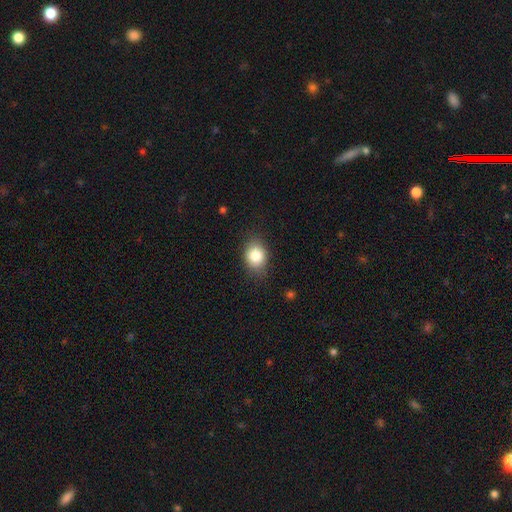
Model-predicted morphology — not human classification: smooth-or-featured: smooth: 84% | star or artifact: 9% | featured or disk: 7%
  how-rounded: in between: 57% | round: 41% | cigar-shaped: 1%
  merging: none: 80% | minor disturbance: 15% | major disturbance: 4% | merger: 1%